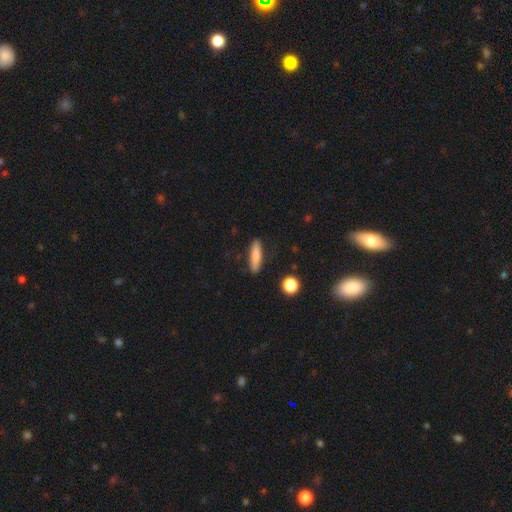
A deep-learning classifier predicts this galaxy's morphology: The model was most divided on "how rounded": cigar-shaped: 76%, in between: 21%, round: 3%. More confident: merging — none (87%); smooth or featured — smooth (77%).